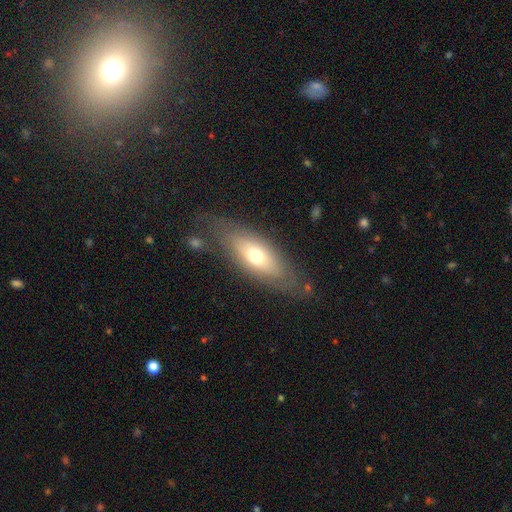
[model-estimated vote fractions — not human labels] Overall: smooth (56%; featured or disk 36%). How rounded: in between (69%). Merging: none (71%).